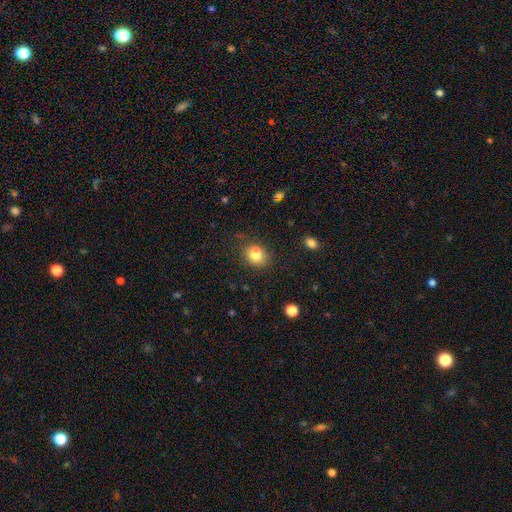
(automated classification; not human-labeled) A smooth galaxy with no disk features (76%) that is round (59%). Merging: none (55%).